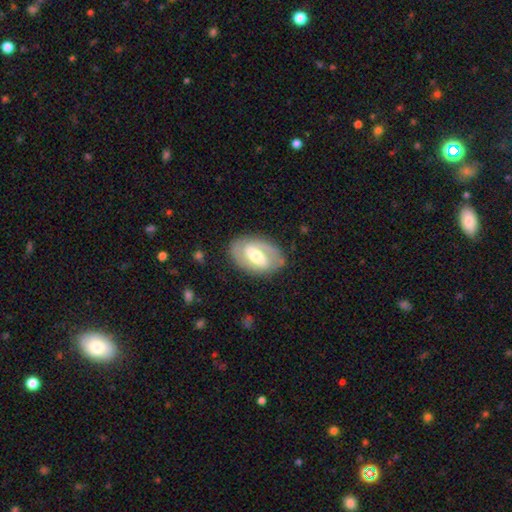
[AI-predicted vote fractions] Overall: featured or disk (72%). Edge-on disk: no (95%). Bar: strong (41%; weak 40%). Spiral arms: yes (75%). Spiral arm count: 2 (80%). Spiral winding: tight (43%; medium 41%). Bulge size: moderate (59%). Merging: none (80%).